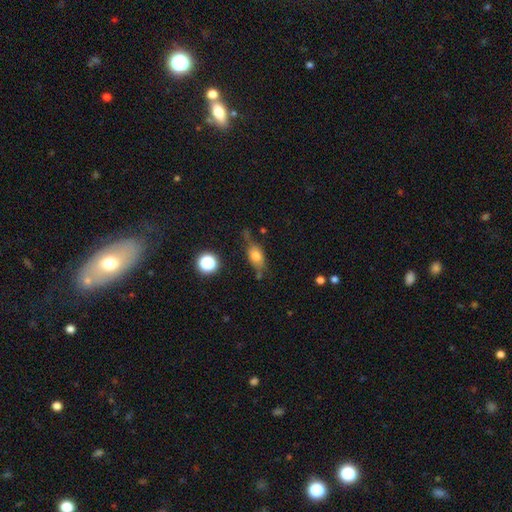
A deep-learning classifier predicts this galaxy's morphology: Smooth or featured?
  - smooth: 68% *
  - featured or disk: 21%
  - star or artifact: 10%
How rounded?
  - in between: 77% *
  - round: 14%
  - cigar-shaped: 10%
Merging?
  - none: 58% *
  - minor disturbance: 25%
  - major disturbance: 9%
  - merger: 8%